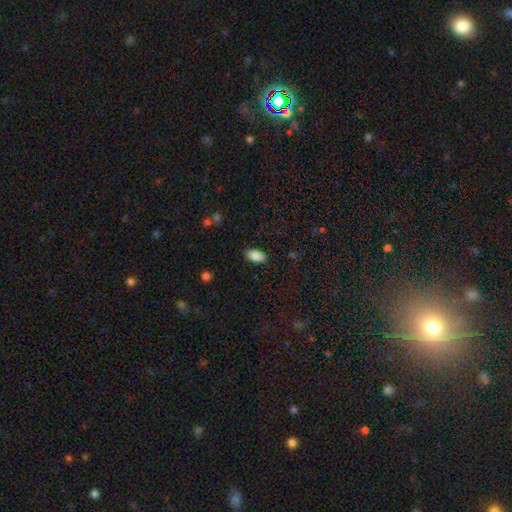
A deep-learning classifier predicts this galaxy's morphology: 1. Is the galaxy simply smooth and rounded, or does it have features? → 88% smooth, 8% star or artifact, 4% featured or disk.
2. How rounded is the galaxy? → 93% in between, 4% cigar-shaped, 3% round.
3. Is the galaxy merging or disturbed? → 86% none, 10% minor disturbance, 3% major disturbance, 1% merger.